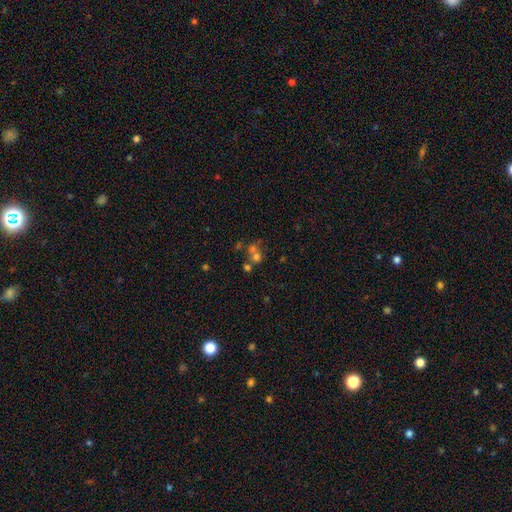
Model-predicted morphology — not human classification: This appears to be a smooth galaxy with no disk features (50%) that is round (80%). Merging: merger (48%).